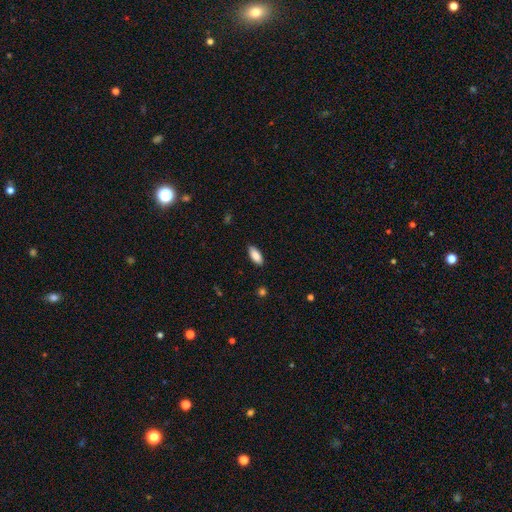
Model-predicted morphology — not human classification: The model was most divided on "how rounded": in between: 86%, cigar-shaped: 12%, round: 2%. More confident: merging — none (88%); smooth or featured — smooth (88%).